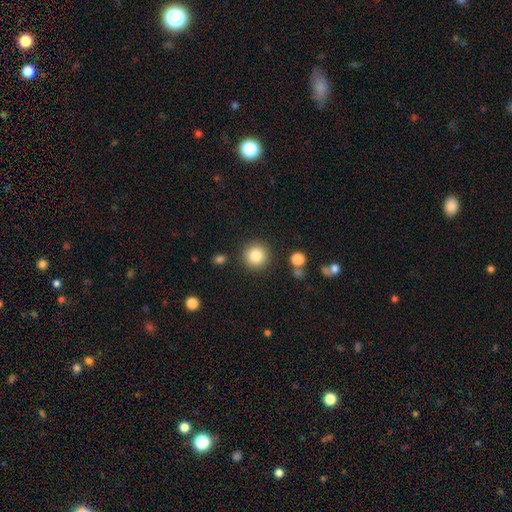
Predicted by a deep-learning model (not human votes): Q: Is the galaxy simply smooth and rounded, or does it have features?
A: smooth — 84%.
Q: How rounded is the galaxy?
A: round — 95%.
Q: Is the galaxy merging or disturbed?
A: none — 88%.